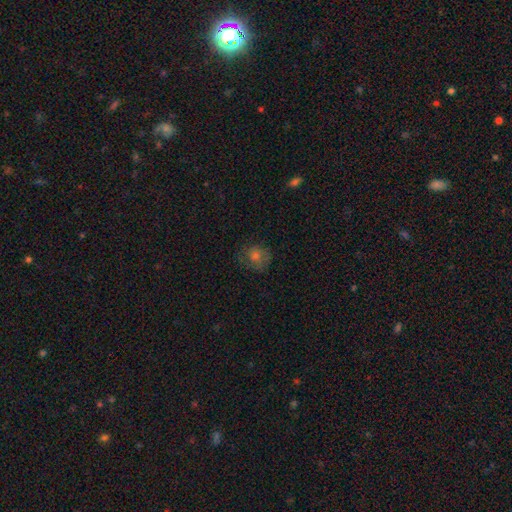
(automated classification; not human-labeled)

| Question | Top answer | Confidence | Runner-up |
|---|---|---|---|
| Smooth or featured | smooth | 63% | featured or disk (21%) |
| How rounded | round | 79% | in between (20%) |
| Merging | none | 71% | minor disturbance (20%) |